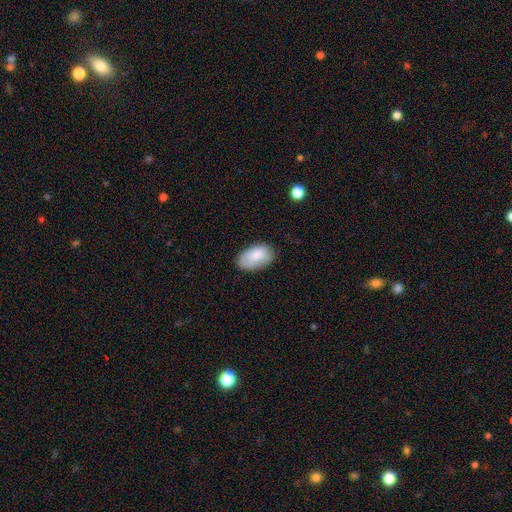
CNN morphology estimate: smooth_or_featured: smooth (p=0.83) [alt: featured or disk p=0.11]
how_rounded: in between (p=0.94) [alt: round p=0.04]
merging: none (p=0.77) [alt: minor disturbance p=0.18]